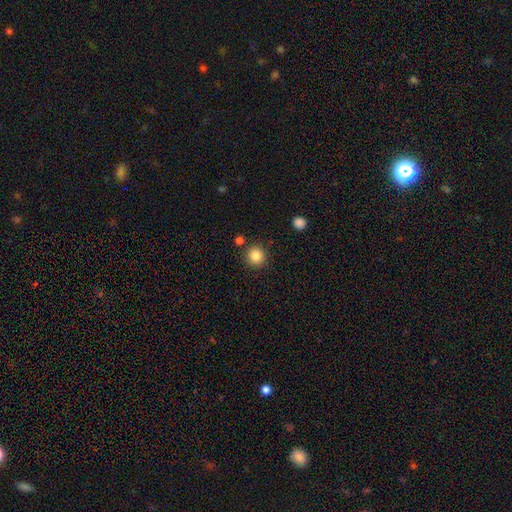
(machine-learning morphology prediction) Q: Smooth or featured?
A: smooth (84%); runner-up: star or artifact (11%)
Q: How rounded?
A: round (93%); runner-up: in between (6%)
Q: Merging?
A: none (88%); runner-up: minor disturbance (6%)